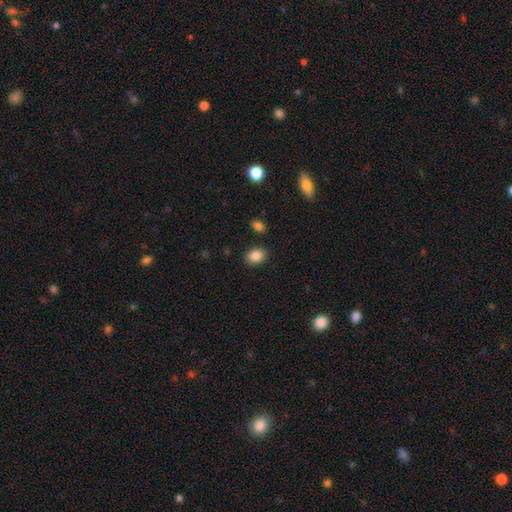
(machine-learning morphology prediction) The model was most divided on "how rounded": in between: 65%, round: 34%, cigar-shaped: 1%. More confident: smooth or featured — smooth (87%); merging — none (86%).